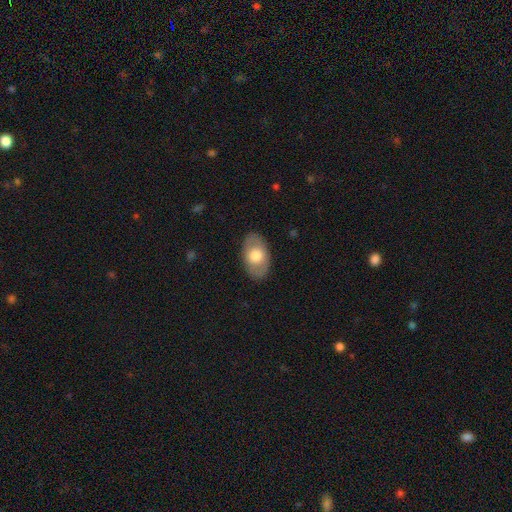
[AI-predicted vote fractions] Overall: smooth (65%; featured or disk 29%). How rounded: in between (91%). Merging: none (86%).